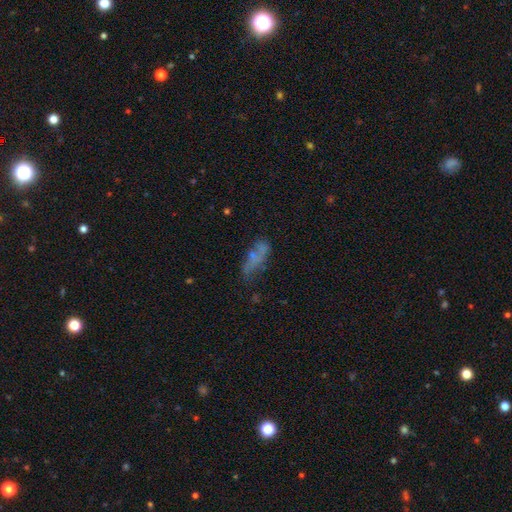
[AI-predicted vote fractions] smooth 49%, featured or disk 35%, star or artifact 16%. Down the decision tree: merging — none (51%).